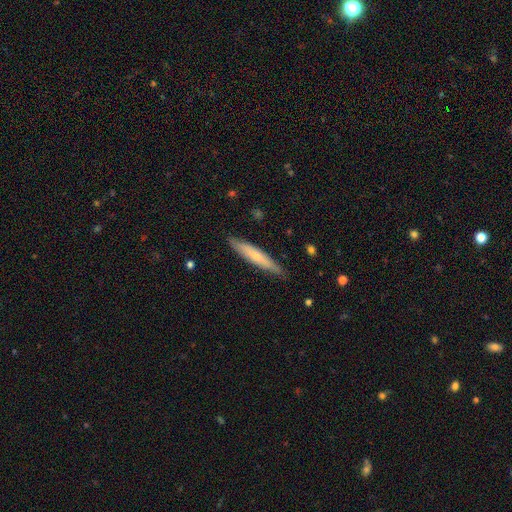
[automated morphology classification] Smooth or featured: smooth — 57% (featured or disk — 37%)
How rounded: cigar-shaped — 91% (in between — 7%)
Merging: none — 87% (minor disturbance — 10%)